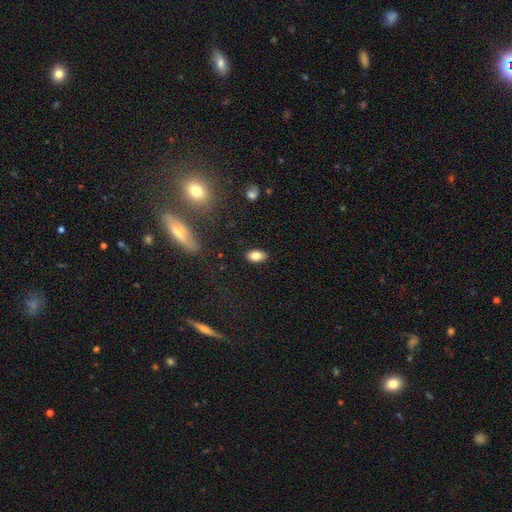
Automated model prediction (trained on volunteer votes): This appears to be a smooth galaxy with no disk features (82%) that is in between round and cigar-shaped (91%). Merging: none (87%).